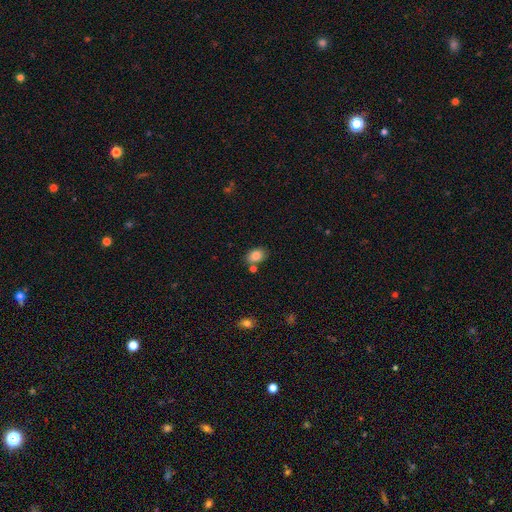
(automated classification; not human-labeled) Smooth or featured: smooth — 84% (star or artifact — 9%)
How rounded: in between — 79% (round — 20%)
Merging: none — 74% (minor disturbance — 14%)